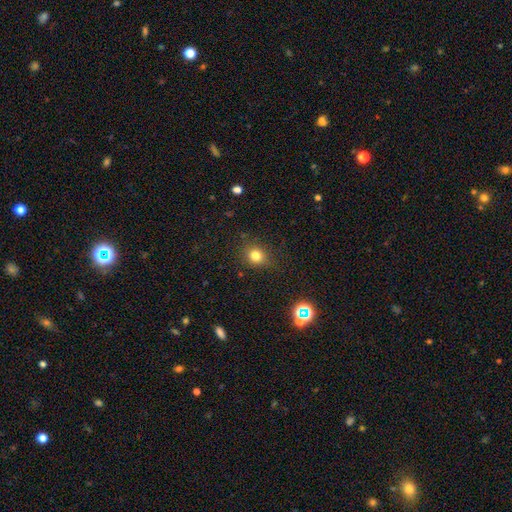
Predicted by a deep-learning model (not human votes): smooth-or-featured: smooth: 79% | star or artifact: 14% | featured or disk: 7%
  how-rounded: round: 76% | in between: 23% | cigar-shaped: 1%
  merging: none: 84% | minor disturbance: 11% | major disturbance: 3% | merger: 2%